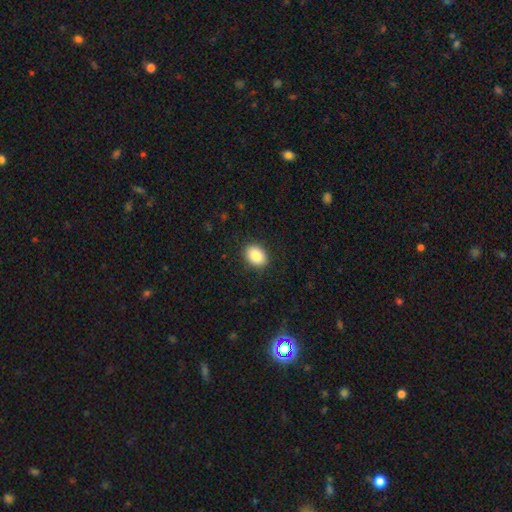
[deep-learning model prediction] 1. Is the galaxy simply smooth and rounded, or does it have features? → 88% smooth, 8% star or artifact, 5% featured or disk.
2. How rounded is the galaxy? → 68% in between, 31% round, 1% cigar-shaped.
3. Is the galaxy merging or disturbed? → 89% none, 8% minor disturbance, 2% major disturbance, 1% merger.